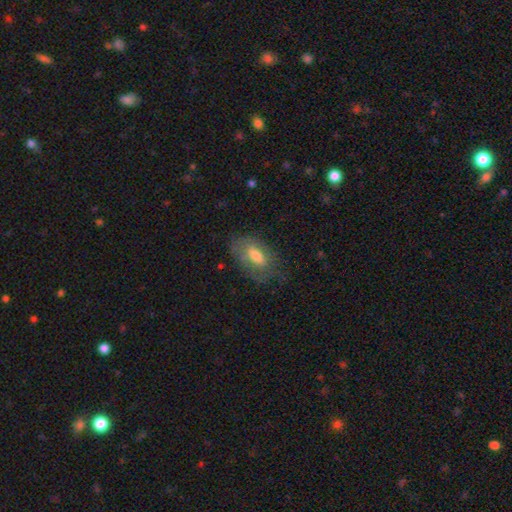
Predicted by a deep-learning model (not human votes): Smooth or featured?
  - smooth: 58% *
  - featured or disk: 34%
  - star or artifact: 9%
How rounded?
  - in between: 87% *
  - cigar-shaped: 7%
  - round: 6%
Merging?
  - none: 63% *
  - minor disturbance: 24%
  - major disturbance: 12%
  - merger: 2%